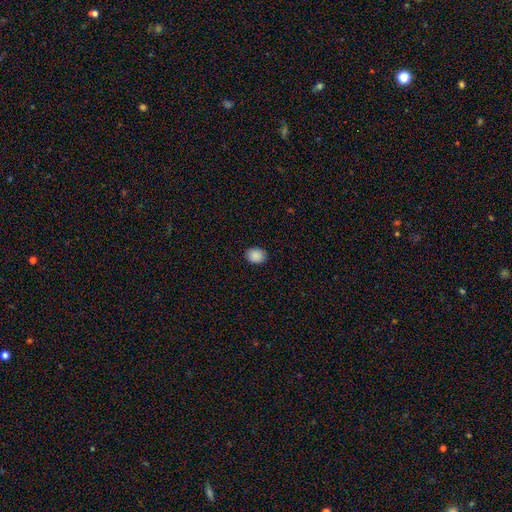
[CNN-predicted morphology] This appears to be a smooth galaxy with no disk features (89%) that is in between round and cigar-shaped (53%). Merging: none (88%).